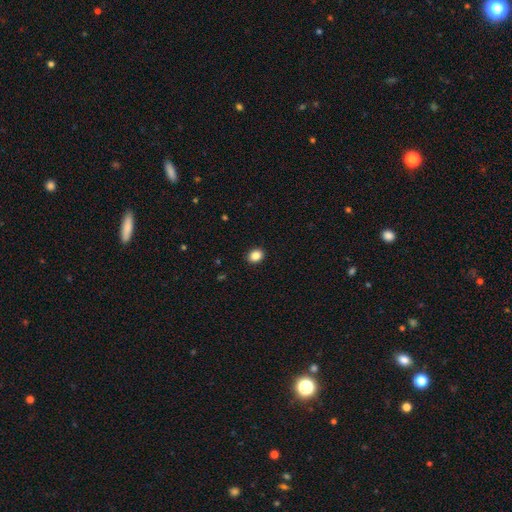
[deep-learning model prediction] Q: Smooth or featured?
A: smooth (87%); runner-up: star or artifact (9%)
Q: How rounded?
A: in between (52%); runner-up: round (47%)
Q: Merging?
A: none (91%); runner-up: minor disturbance (6%)